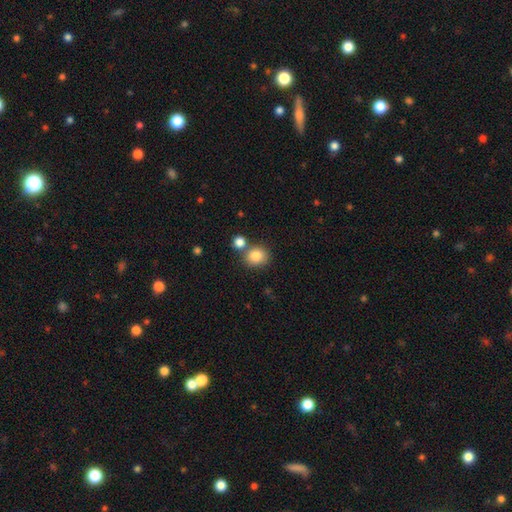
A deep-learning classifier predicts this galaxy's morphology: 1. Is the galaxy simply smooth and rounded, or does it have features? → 84% smooth, 10% star or artifact, 6% featured or disk.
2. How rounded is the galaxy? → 77% round, 22% in between, 1% cigar-shaped.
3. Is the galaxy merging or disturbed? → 67% none, 20% merger, 10% minor disturbance, 3% major disturbance.